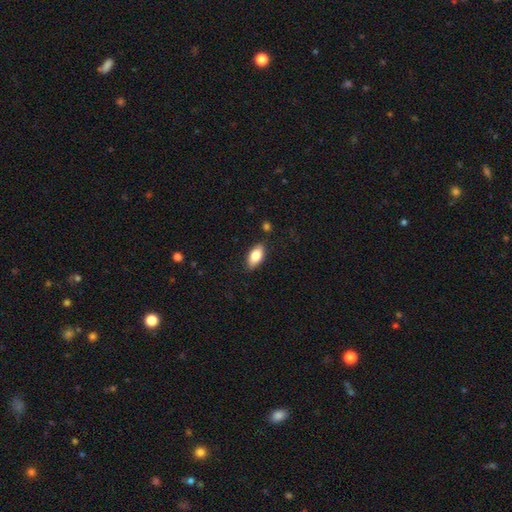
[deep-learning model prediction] smooth 81%, featured or disk 13%, star or artifact 7%. Down the decision tree: how rounded — in between (90%); merging — none (84%).